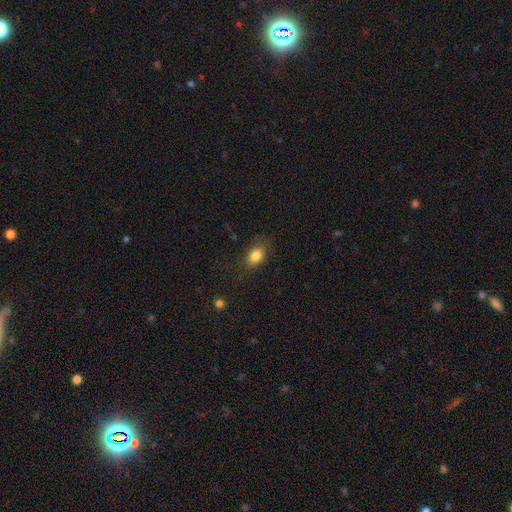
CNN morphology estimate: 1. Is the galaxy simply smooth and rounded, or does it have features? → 82% smooth, 10% star or artifact, 8% featured or disk.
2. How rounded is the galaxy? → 76% in between, 21% round, 2% cigar-shaped.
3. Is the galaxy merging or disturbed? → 77% none, 16% minor disturbance, 5% major disturbance, 1% merger.